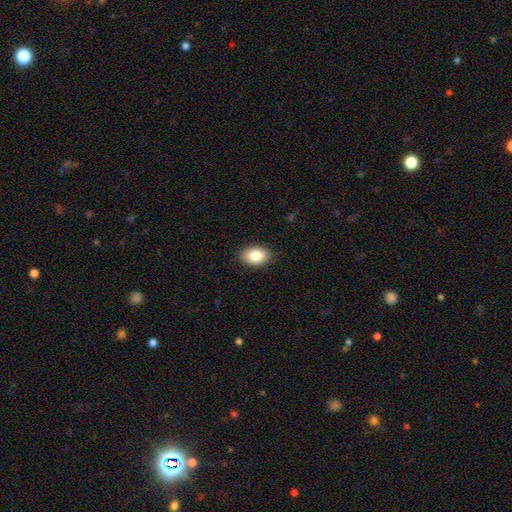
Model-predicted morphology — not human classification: smooth-or-featured: smooth: 85% | featured or disk: 8% | star or artifact: 7%
  how-rounded: in between: 87% | round: 12% | cigar-shaped: 1%
  merging: none: 89% | minor disturbance: 9% | major disturbance: 2% | merger: 1%